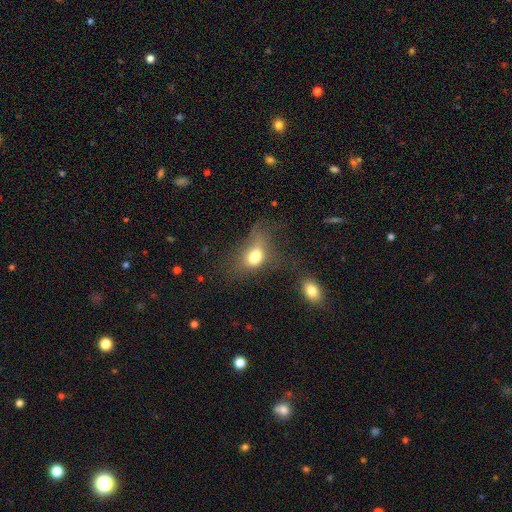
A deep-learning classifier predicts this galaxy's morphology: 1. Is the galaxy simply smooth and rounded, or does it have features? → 71% smooth, 16% featured or disk, 12% star or artifact.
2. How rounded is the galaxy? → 75% in between, 21% round, 3% cigar-shaped.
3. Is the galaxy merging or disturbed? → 39% major disturbance, 30% none, 24% minor disturbance, 7% merger.